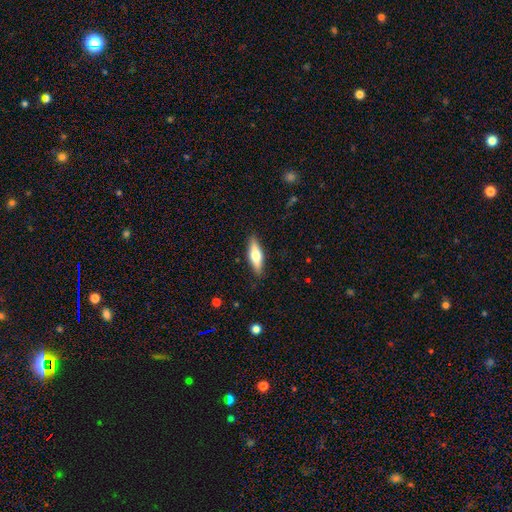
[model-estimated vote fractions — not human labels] Smooth or featured?
  - smooth: 55% *
  - featured or disk: 39%
  - star or artifact: 6%
How rounded?
  - cigar-shaped: 53% *
  - in between: 45%
  - round: 2%
Merging?
  - none: 88% *
  - minor disturbance: 9%
  - major disturbance: 2%
  - merger: 1%